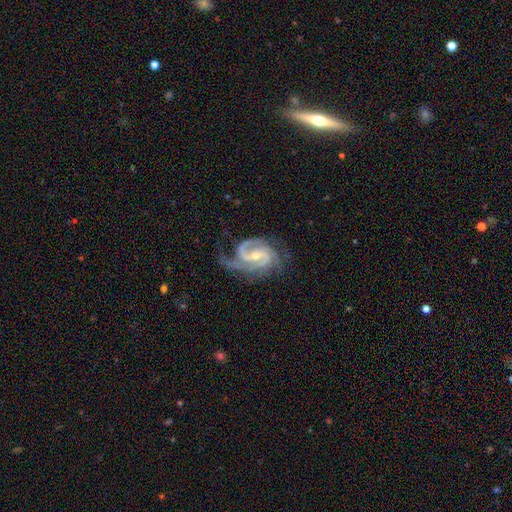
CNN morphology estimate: smooth_or_featured: featured or disk (p=0.92) [alt: star or artifact p=0.05]
disk_edge_on: no (p=0.98) [alt: yes p=0.02]
bar: weak (p=0.45) [alt: strong p=0.30]
has_spiral_arms: yes (p=0.99) [alt: no p=0.01]
spiral_winding: medium (p=0.50) [alt: tight p=0.40]
spiral_arm_count: 2 (p=0.48) [alt: 3 p=0.34]
bulge_size: small (p=0.57) [alt: moderate p=0.39]
merging: none (p=0.67) [alt: minor disturbance p=0.21]